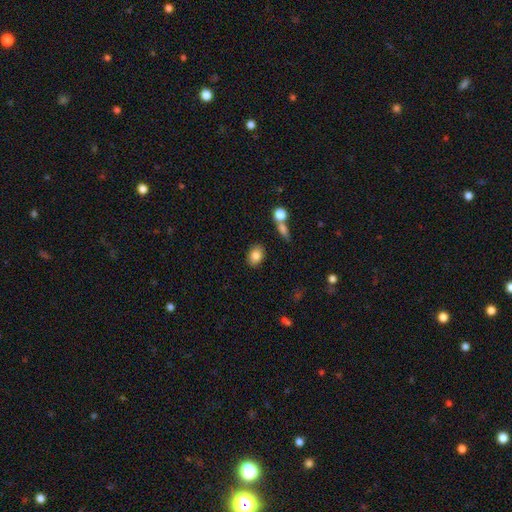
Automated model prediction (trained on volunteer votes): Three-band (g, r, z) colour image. It shows a smooth galaxy with no disk features (83%) that is in between round and cigar-shaped (73%). Merging: none (82%).